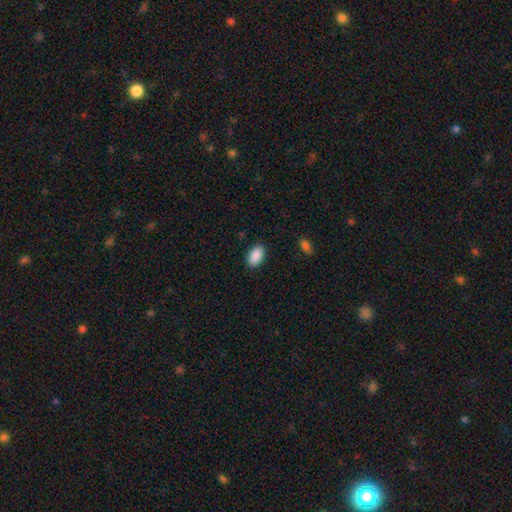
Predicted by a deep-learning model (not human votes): A smooth galaxy with no disk features (91%) that is in between round and cigar-shaped (93%).

Vote fractions:
- Smooth or featured? smooth: 91% / star or artifact: 7% / featured or disk: 3%
- How rounded? in between: 93% / round: 6% / cigar-shaped: 1%
- Merging? none: 89% / minor disturbance: 8% / major disturbance: 2% / merger: 1%